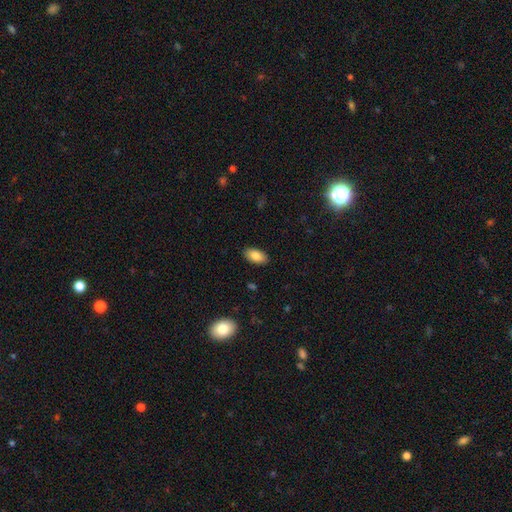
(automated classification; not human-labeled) Smooth or featured? smooth (85%)
How rounded? in between (94%)
Merging? none (89%)